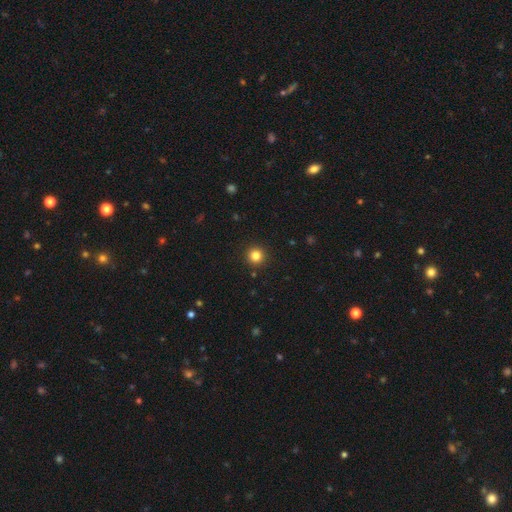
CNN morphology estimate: Smooth or featured: smooth — 82% (star or artifact — 13%)
How rounded: round — 96% (in between — 4%)
Merging: none — 93% (minor disturbance — 5%)